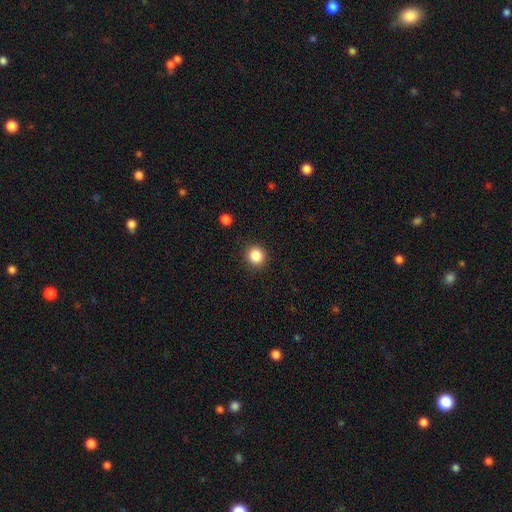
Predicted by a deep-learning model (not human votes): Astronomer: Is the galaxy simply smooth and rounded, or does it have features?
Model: smooth — 86%.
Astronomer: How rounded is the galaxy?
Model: round — 92%.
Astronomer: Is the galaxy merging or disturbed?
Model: none — 91%.